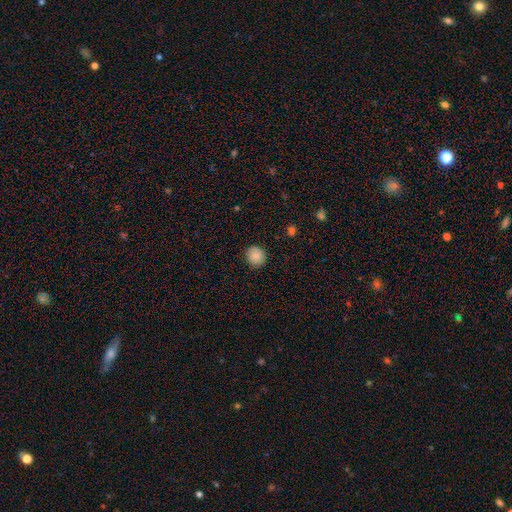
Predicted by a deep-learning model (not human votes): Q: Smooth or featured?
A: smooth (85%); runner-up: star or artifact (8%)
Q: How rounded?
A: round (88%); runner-up: in between (11%)
Q: Merging?
A: none (90%); runner-up: minor disturbance (7%)